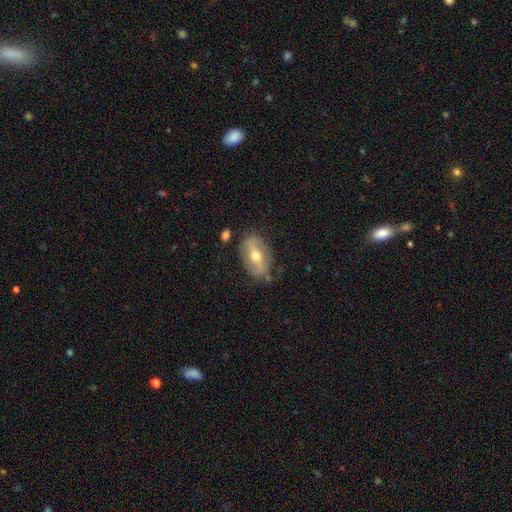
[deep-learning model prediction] A featured or disk galaxy (60%).

Vote fractions:
- Smooth or featured? featured or disk: 60% / smooth: 34% / star or artifact: 7%
- Edge-on disk? no: 83% / yes: 17%
- Merging? none: 74% / minor disturbance: 18% / major disturbance: 5% / merger: 3%